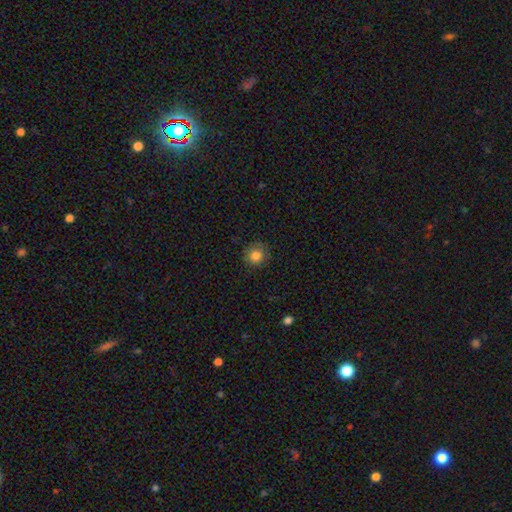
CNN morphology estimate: Smooth or featured: smooth — 82% (star or artifact — 11%)
How rounded: round — 88% (in between — 11%)
Merging: none — 82% (minor disturbance — 14%)